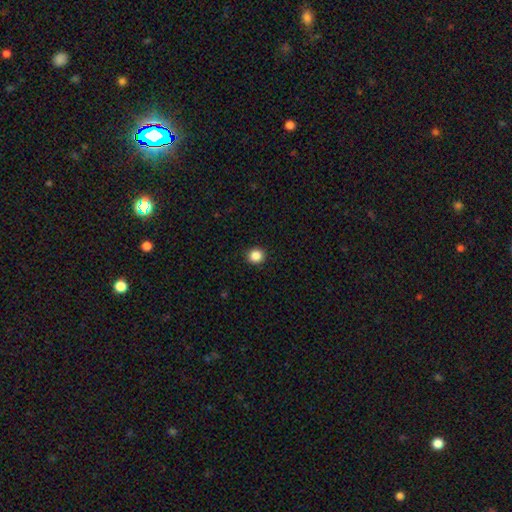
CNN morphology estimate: A smooth galaxy with no disk features (86%) that is round (89%). Merging: none (93%).